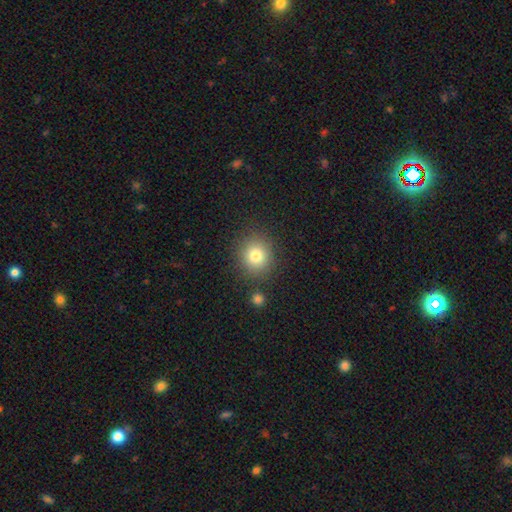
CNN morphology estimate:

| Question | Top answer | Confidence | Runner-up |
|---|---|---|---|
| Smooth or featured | smooth | 79% | star or artifact (13%) |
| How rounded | round | 84% | in between (15%) |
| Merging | none | 83% | minor disturbance (9%) |